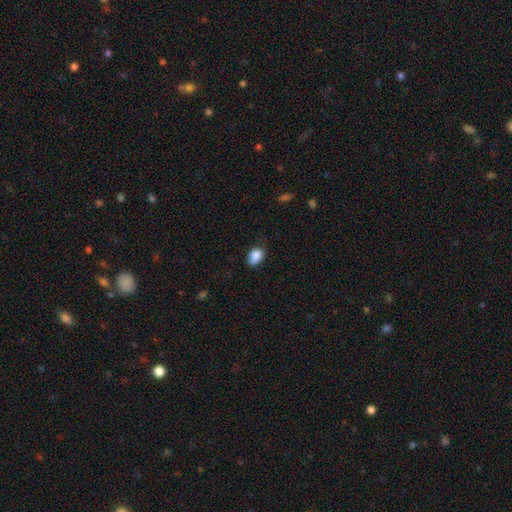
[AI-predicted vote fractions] The model was most divided on "merging": none: 62%, minor disturbance: 31%, major disturbance: 6%, merger: 2%. More confident: smooth or featured — smooth (86%); how rounded — in between (79%).